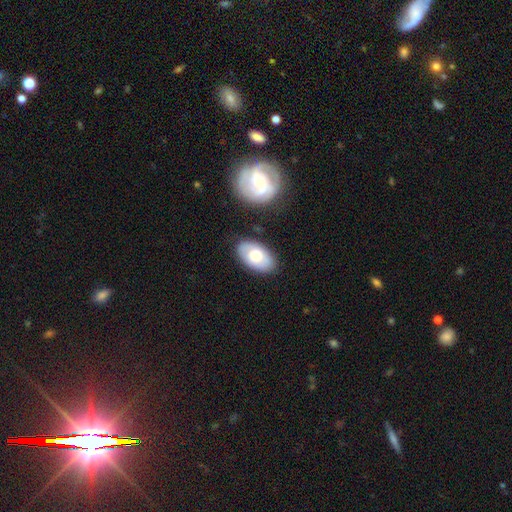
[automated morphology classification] A smooth galaxy with no disk features (69%) that is in between round and cigar-shaped (94%). Merging: none (82%).